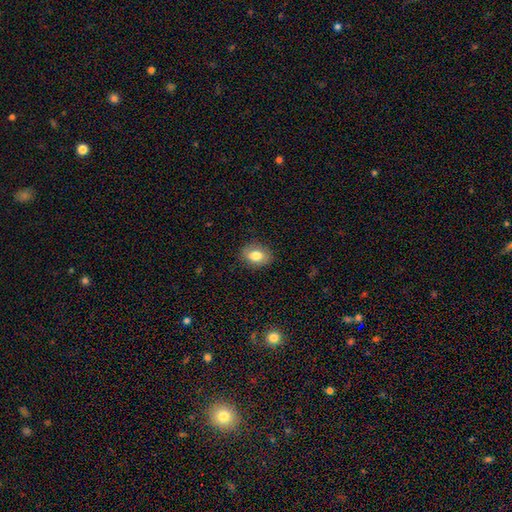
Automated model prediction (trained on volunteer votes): Overall: smooth (77%). How rounded: in between (72%). Merging: none (83%).